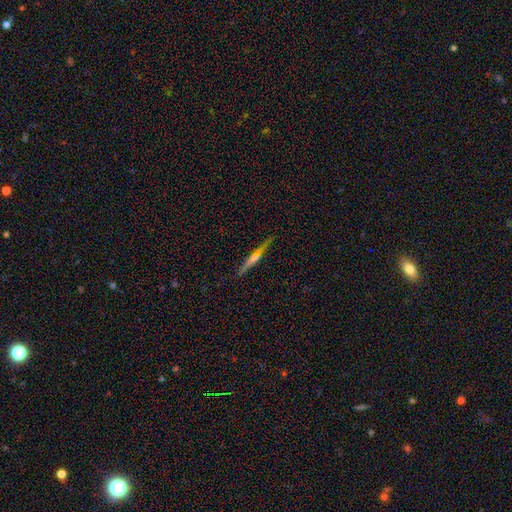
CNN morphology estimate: Overall: featured or disk (70%). Edge-on disk: yes (98%). Edge-on bulge: rounded (81%). Merging: none (89%).